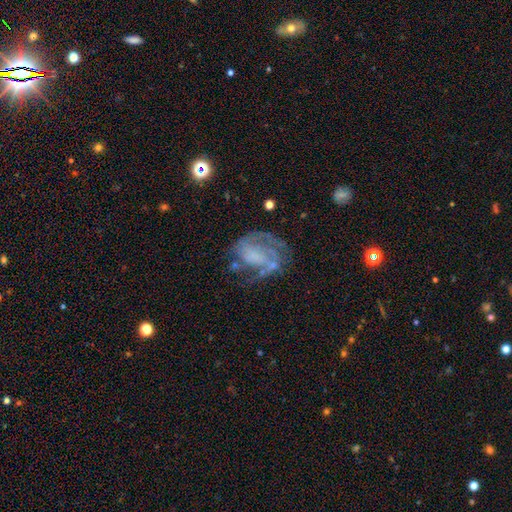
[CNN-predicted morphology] This appears to be a featured or disk galaxy (72%) with no bar (64%), 2 (35%) medium (40%) spiral arms (74%) and no central bulge (62%). Merging: none (44%).